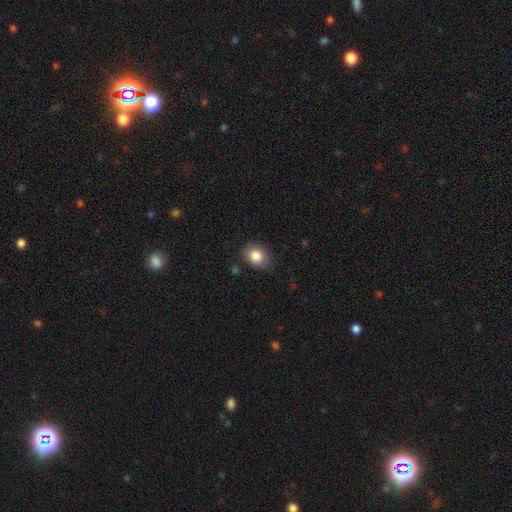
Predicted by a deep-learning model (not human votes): Smooth or featured?
  - smooth: 85% *
  - star or artifact: 8%
  - featured or disk: 6%
How rounded?
  - in between: 57% *
  - round: 42%
  - cigar-shaped: 1%
Merging?
  - none: 78% *
  - minor disturbance: 17%
  - major disturbance: 3%
  - merger: 2%